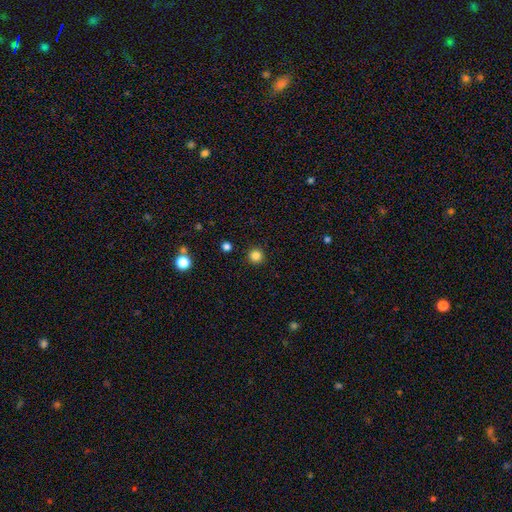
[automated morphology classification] Smooth or featured? smooth (84%)
How rounded? round (96%)
Merging? none (92%)